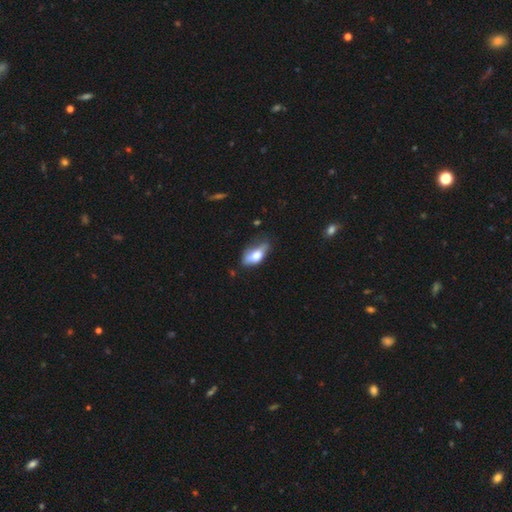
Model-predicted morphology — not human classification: This appears to be a smooth galaxy with no disk features (69%) that is in between round and cigar-shaped (87%). Merging: none (40%).